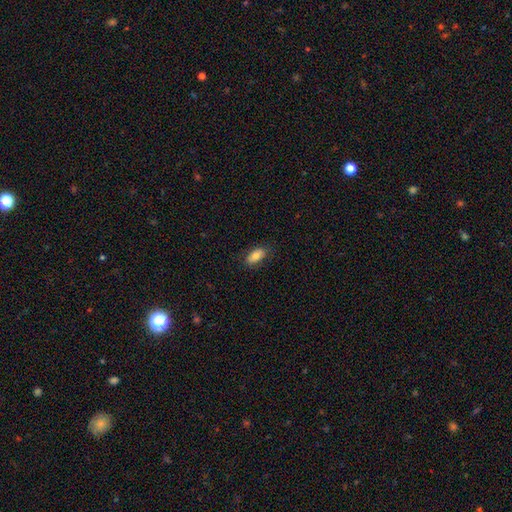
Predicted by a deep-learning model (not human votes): smooth 77%, featured or disk 16%, star or artifact 7%. Down the decision tree: how rounded — in between (91%); merging — none (82%).